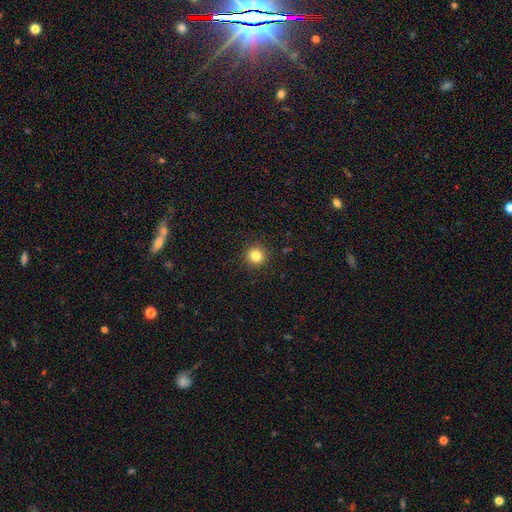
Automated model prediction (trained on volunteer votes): A smooth galaxy with no disk features (83%) that is round (94%).

Vote fractions:
- Smooth or featured? smooth: 83% / star or artifact: 12% / featured or disk: 5%
- How rounded? round: 94% / in between: 5% / cigar-shaped: 1%
- Merging? none: 92% / minor disturbance: 5% / major disturbance: 2% / merger: 1%